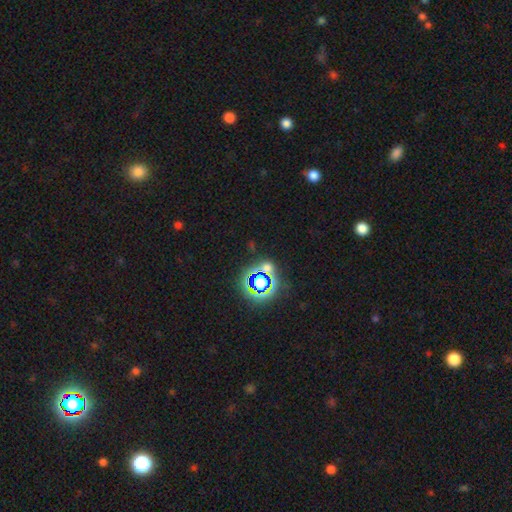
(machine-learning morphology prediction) Overall: star or artifact (76%).